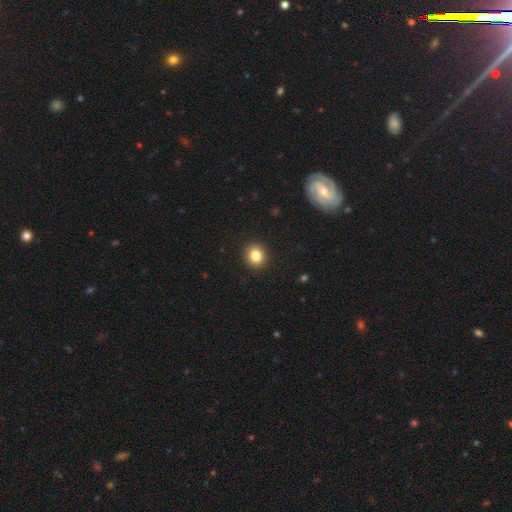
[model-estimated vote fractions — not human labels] smooth_or_featured: smooth (p=0.83) [alt: star or artifact p=0.11]
how_rounded: round (p=0.84) [alt: in between p=0.15]
merging: none (p=0.92) [alt: minor disturbance p=0.05]